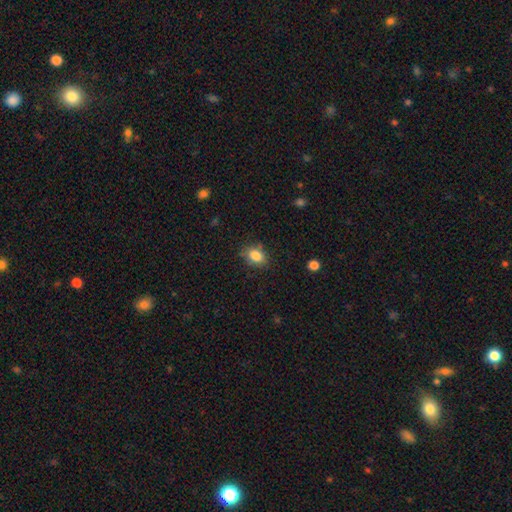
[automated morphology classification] This is clearly a smooth galaxy (84%). How rounded: likely in between (71%). Merging: likely none (76%).